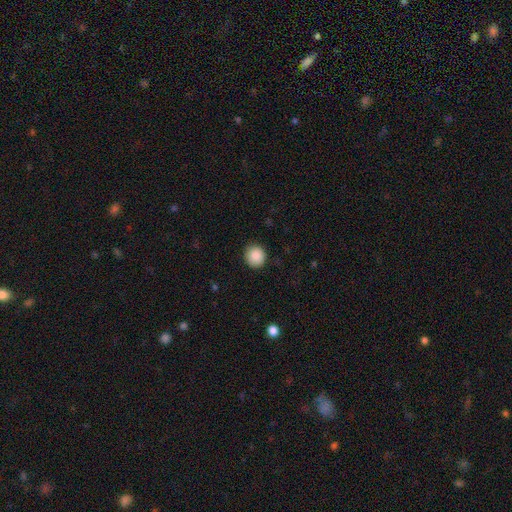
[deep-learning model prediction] smooth_or_featured: smooth (p=0.88) [alt: star or artifact p=0.08]
how_rounded: round (p=0.87) [alt: in between p=0.12]
merging: none (p=0.89) [alt: minor disturbance p=0.08]